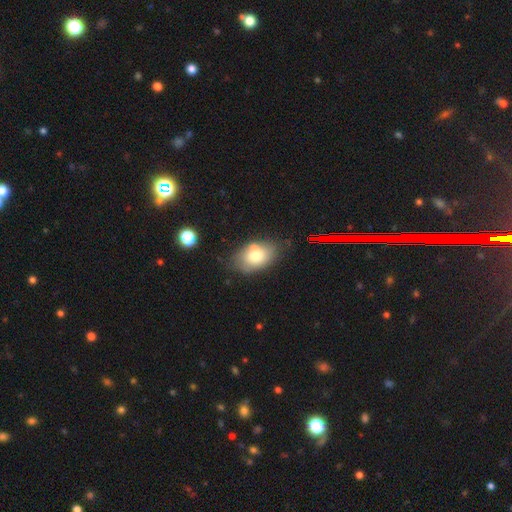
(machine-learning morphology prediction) The model was most divided on "merging": none: 64%, minor disturbance: 18%, merger: 13%, major disturbance: 5%. More confident: how rounded — in between (87%); smooth or featured — smooth (72%).